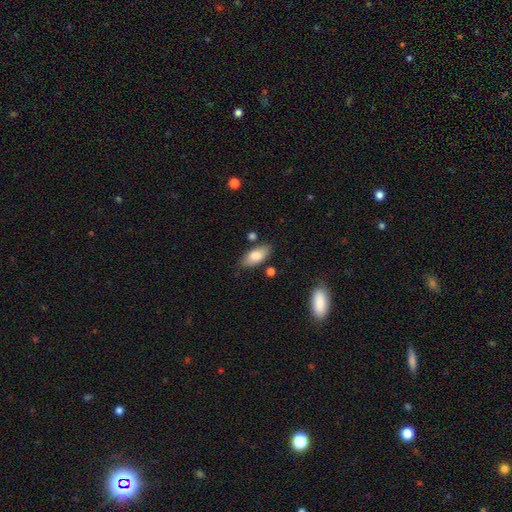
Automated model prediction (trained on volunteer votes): This is clearly a smooth galaxy (80%). How rounded: clearly in between (87%). Merging: likely none (79%).